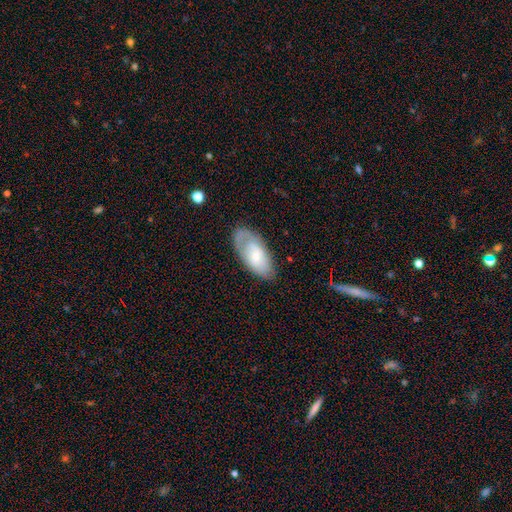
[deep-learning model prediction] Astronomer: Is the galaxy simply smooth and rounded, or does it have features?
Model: smooth — 63%.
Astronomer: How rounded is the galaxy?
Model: in between — 93%.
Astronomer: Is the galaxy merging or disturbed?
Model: none — 66%.